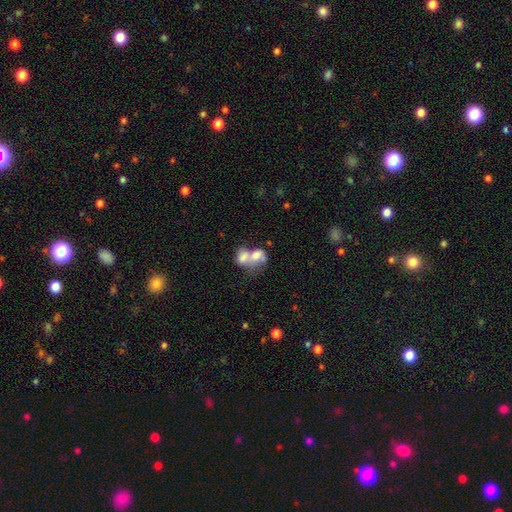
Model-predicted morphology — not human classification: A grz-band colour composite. It shows a smooth galaxy with no disk features (66%) that is in between round and cigar-shaped (67%). Merging: merger (78%).